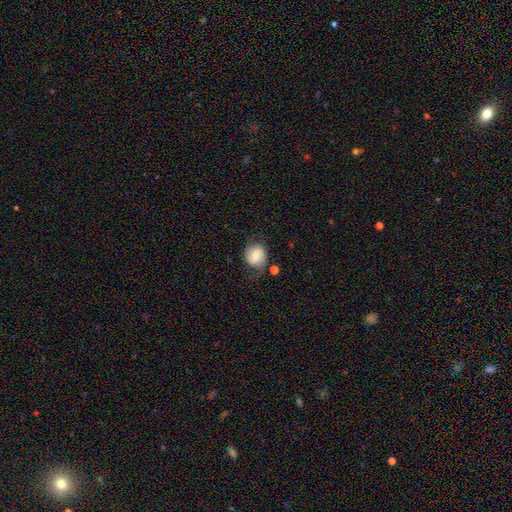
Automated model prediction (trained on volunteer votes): smooth_or_featured: smooth (p=0.47) [alt: featured or disk p=0.45]
merging: none (p=0.64) [alt: minor disturbance p=0.22]